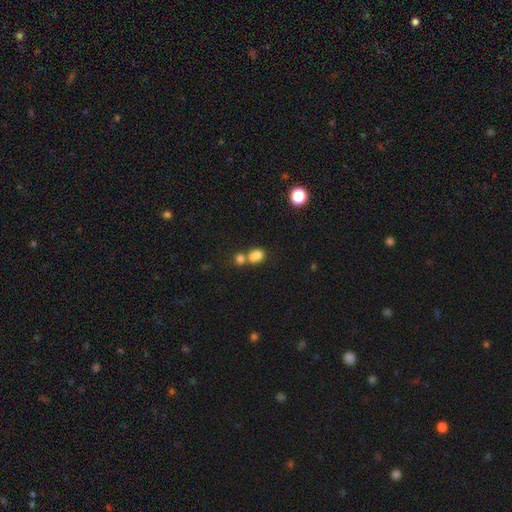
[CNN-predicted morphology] Q: Smooth or featured?
A: smooth (78%); runner-up: star or artifact (12%)
Q: How rounded?
A: in between (54%); runner-up: round (45%)
Q: Merging?
A: merger (56%); runner-up: none (32%)